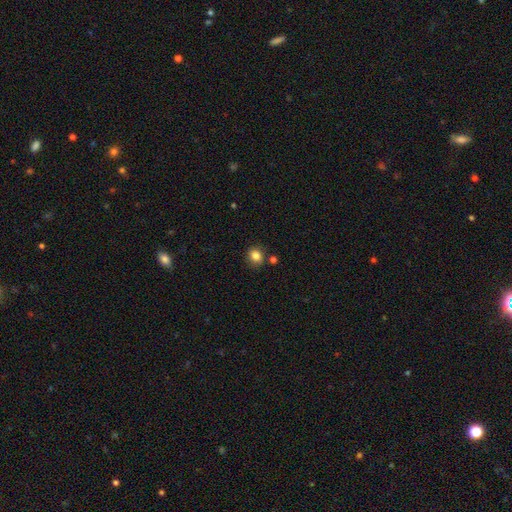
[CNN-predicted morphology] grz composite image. It shows a smooth galaxy with no disk features (83%) that is round (71%). Merging: none (82%).